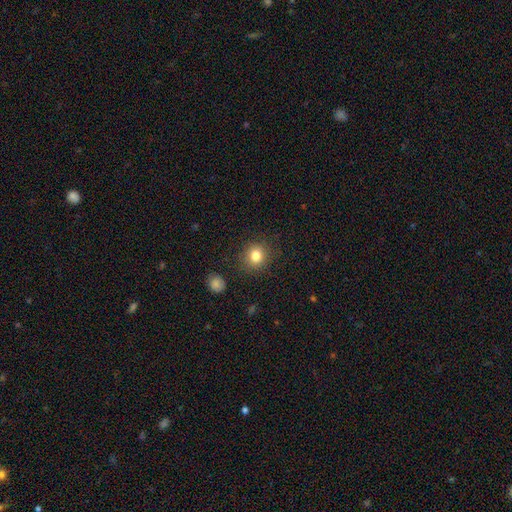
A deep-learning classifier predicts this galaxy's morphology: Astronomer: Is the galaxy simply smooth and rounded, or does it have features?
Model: smooth — 82%.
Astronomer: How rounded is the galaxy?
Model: round — 82%.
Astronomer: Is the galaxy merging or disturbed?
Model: none — 86%.